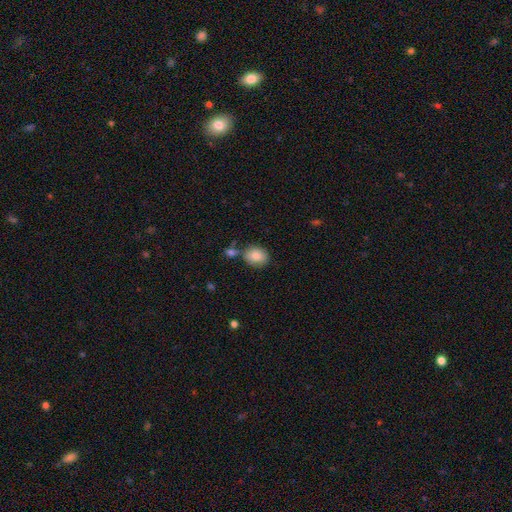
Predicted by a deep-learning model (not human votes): smooth-or-featured: smooth: 85% | star or artifact: 7% | featured or disk: 7%
  how-rounded: in between: 51% | round: 48% | cigar-shaped: 1%
  merging: none: 63% | minor disturbance: 17% | merger: 15% | major disturbance: 5%